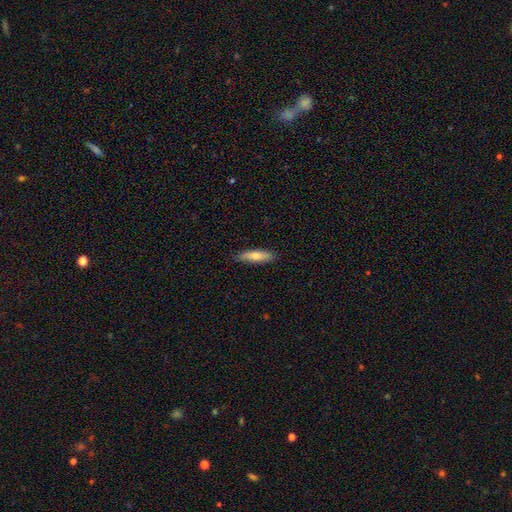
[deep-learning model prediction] Smooth or featured: smooth — 73% (featured or disk — 21%)
How rounded: cigar-shaped — 68% (in between — 30%)
Merging: none — 87% (minor disturbance — 10%)